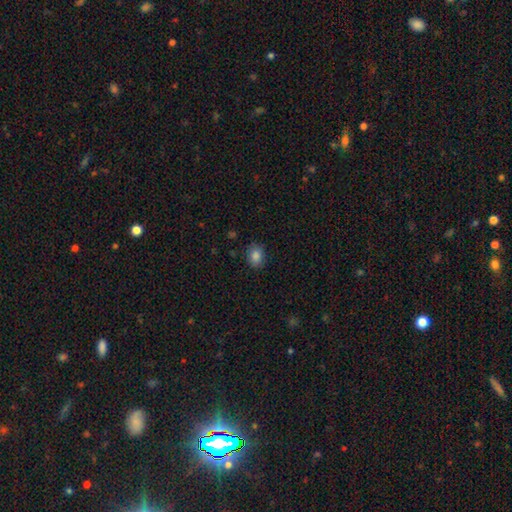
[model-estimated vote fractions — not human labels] smooth_or_featured: smooth (p=0.85) [alt: star or artifact p=0.10]
how_rounded: in between (p=0.54) [alt: round p=0.45]
merging: none (p=0.84) [alt: minor disturbance p=0.12]